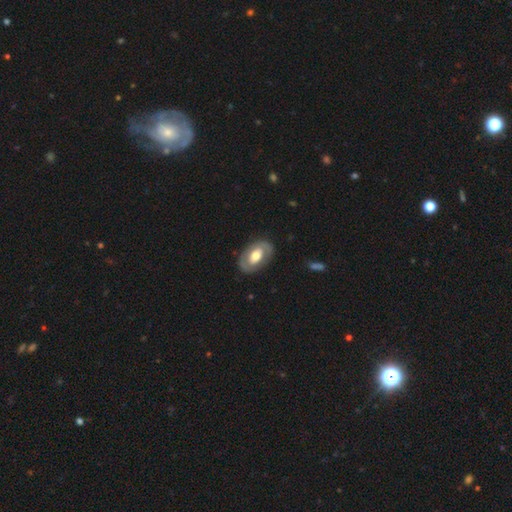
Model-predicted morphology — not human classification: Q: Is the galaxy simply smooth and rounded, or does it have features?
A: featured or disk — 56%.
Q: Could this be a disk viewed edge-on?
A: no — 92%.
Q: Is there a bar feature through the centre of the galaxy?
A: no — 59%.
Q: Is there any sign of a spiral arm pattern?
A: no — 60%.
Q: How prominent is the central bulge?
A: moderate — 59%.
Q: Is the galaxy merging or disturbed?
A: none — 81%.